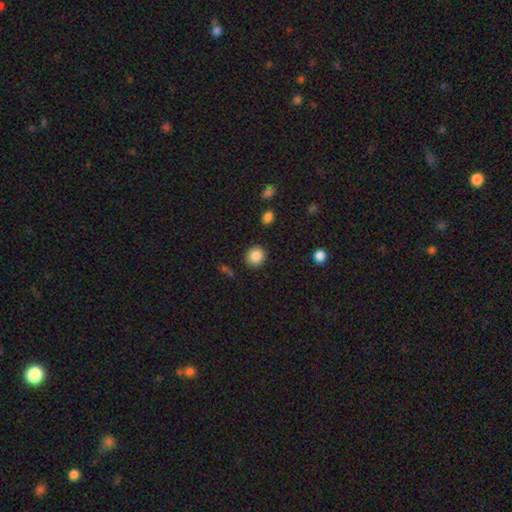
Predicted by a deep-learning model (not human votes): The model was most divided on "how rounded": round: 87%, in between: 13%, cigar-shaped: 1%. More confident: merging — none (90%); smooth or featured — smooth (86%).